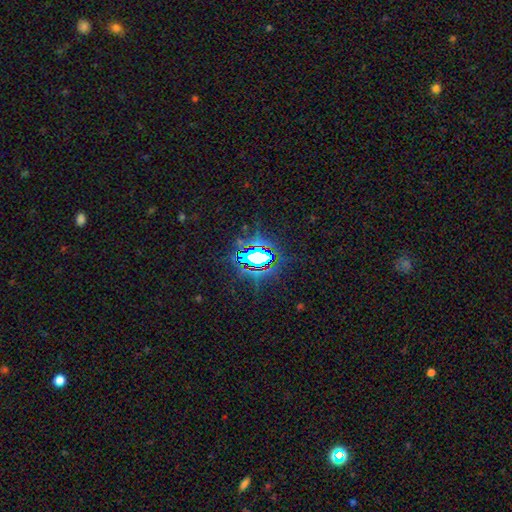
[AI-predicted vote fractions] A star or artifact, not a galaxy (74%).